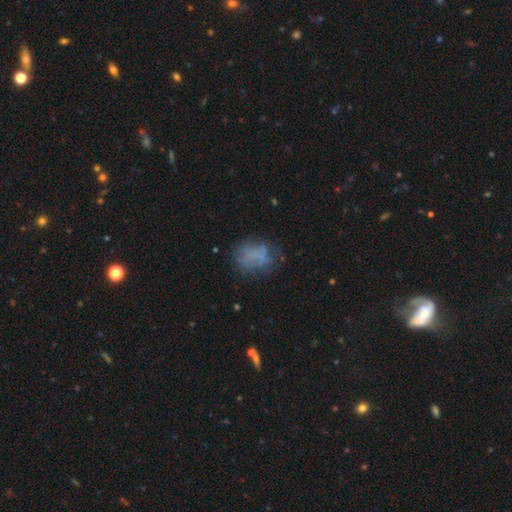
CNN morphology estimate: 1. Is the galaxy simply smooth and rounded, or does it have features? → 49% smooth, 36% featured or disk, 15% star or artifact.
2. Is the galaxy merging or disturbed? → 53% none, 23% minor disturbance, 20% major disturbance, 4% merger.